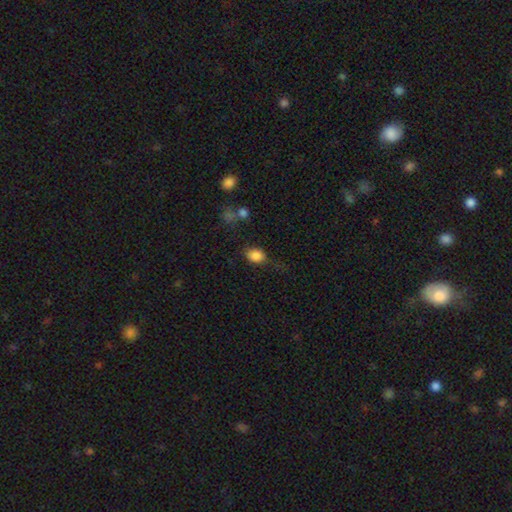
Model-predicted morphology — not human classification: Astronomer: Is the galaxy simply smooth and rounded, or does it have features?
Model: smooth — 85%.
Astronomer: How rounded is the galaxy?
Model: in between — 69%.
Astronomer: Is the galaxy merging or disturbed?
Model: none — 61%.